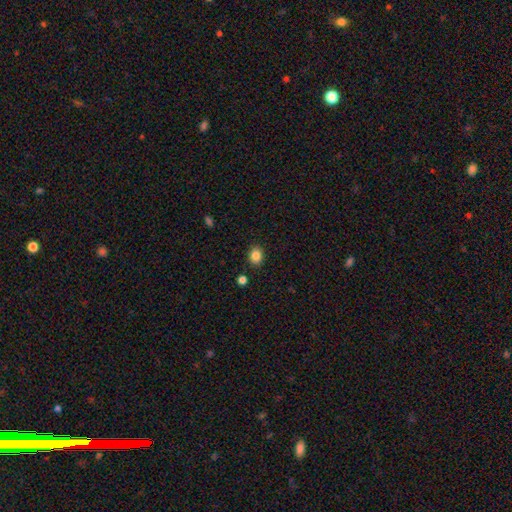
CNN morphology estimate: type=smooth (85%); roundness=round (56%); merging=none (88%).